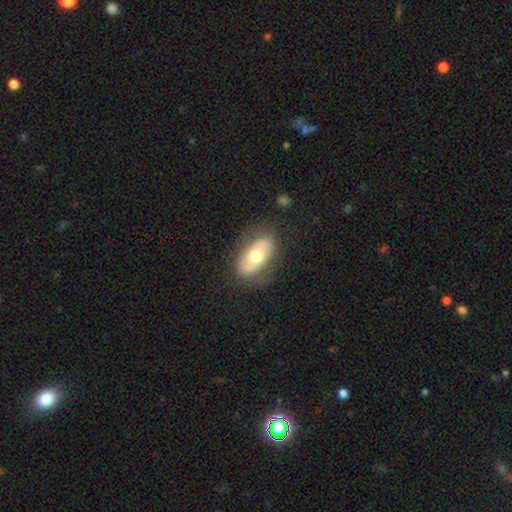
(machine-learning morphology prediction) Q: Smooth or featured?
A: smooth (59%); runner-up: featured or disk (35%)
Q: How rounded?
A: in between (91%); runner-up: round (5%)
Q: Merging?
A: none (76%); runner-up: minor disturbance (16%)